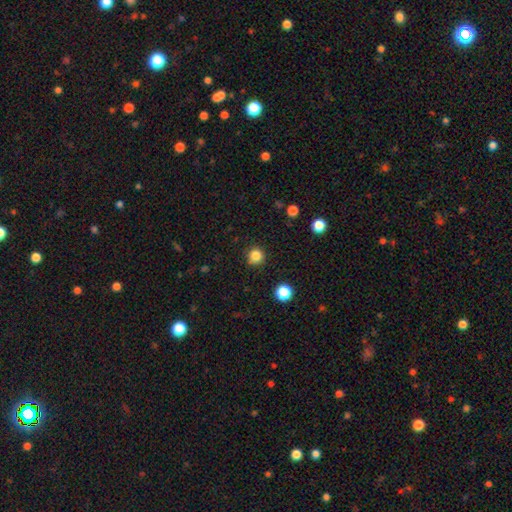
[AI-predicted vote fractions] Smooth or featured? smooth (84%)
How rounded? round (95%)
Merging? none (89%)